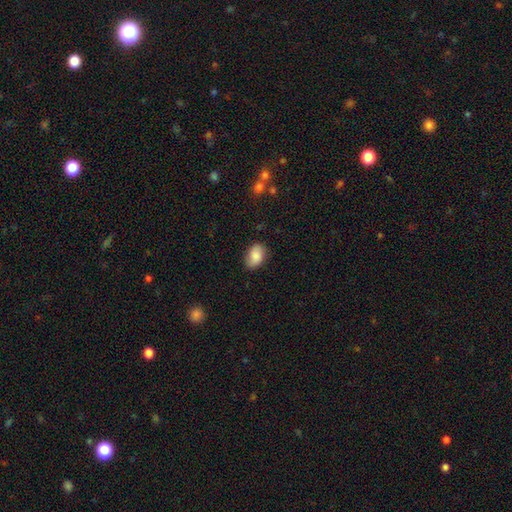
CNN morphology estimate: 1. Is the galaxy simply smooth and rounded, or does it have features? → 85% smooth, 8% featured or disk, 7% star or artifact.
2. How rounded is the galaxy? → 87% in between, 12% round, 1% cigar-shaped.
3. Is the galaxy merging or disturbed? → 78% none, 17% minor disturbance, 3% major disturbance, 1% merger.